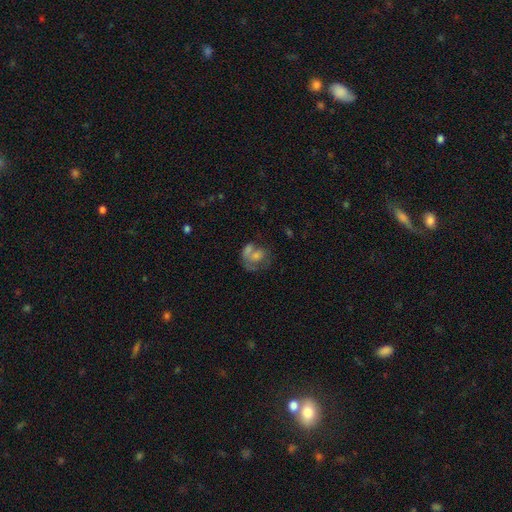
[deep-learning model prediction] This is possibly a featured or disk galaxy (48%). Merging: marginally none (34%).